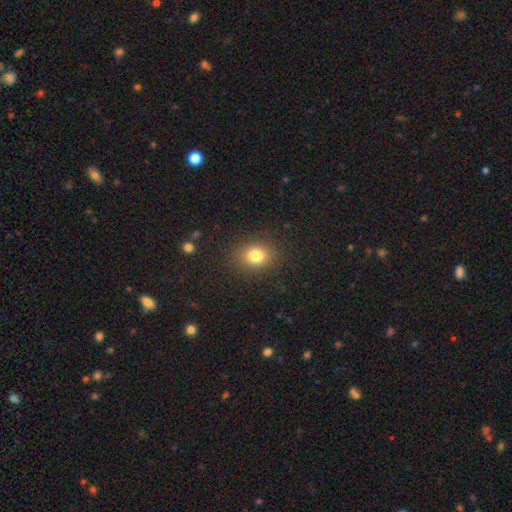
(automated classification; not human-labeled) A smooth galaxy with no disk features (80%) that is round (50%). Merging: none (87%).